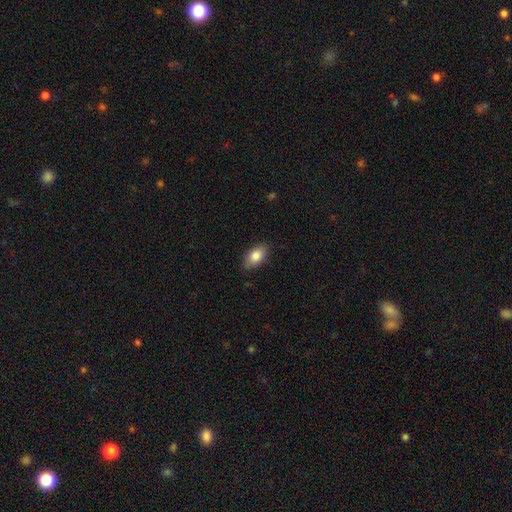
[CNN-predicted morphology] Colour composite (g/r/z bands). It shows a smooth galaxy with no disk features (83%) that is in between round and cigar-shaped (91%). Merging: none (84%).